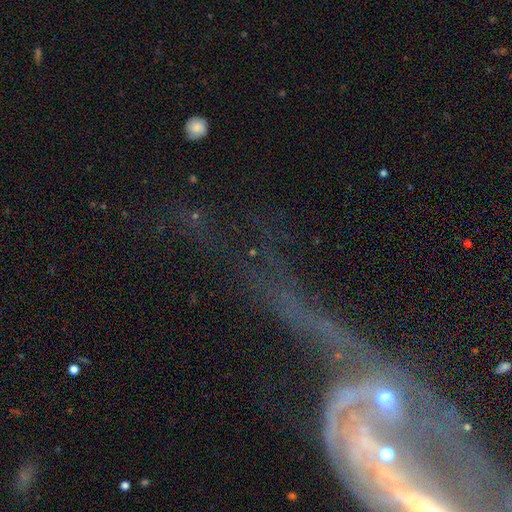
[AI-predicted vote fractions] Morphology: type=featured or disk (54%); edge-on=no (76%); merging=major disturbance (32%).